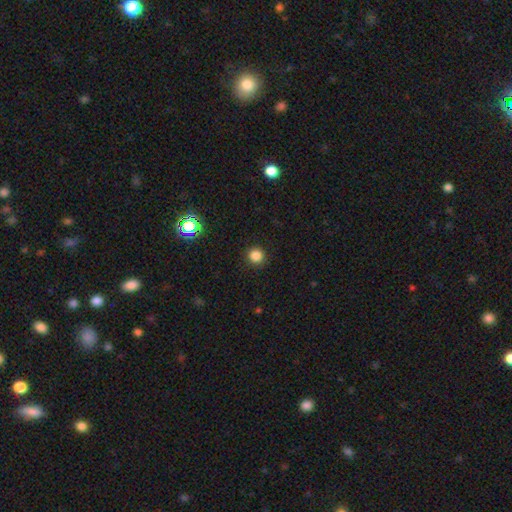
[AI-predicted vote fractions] Morphology: type=smooth (83%); roundness=round (94%); merging=none (92%).